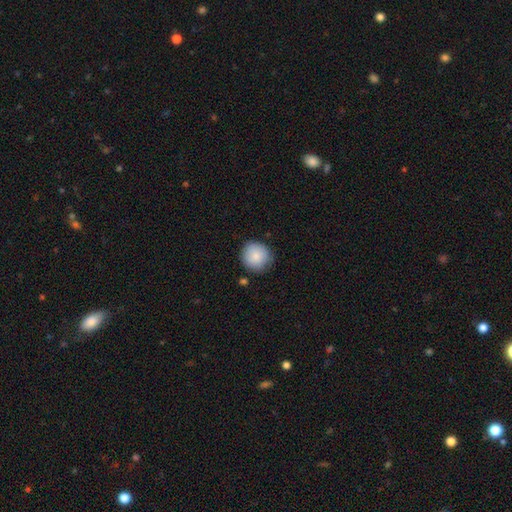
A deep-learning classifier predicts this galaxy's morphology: Overall: smooth (86%). How rounded: round (91%). Merging: none (82%).